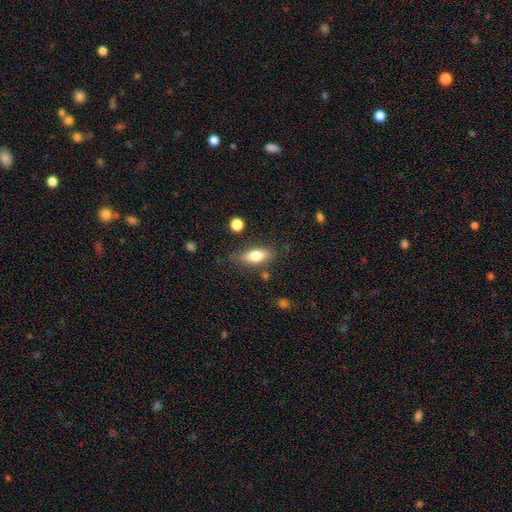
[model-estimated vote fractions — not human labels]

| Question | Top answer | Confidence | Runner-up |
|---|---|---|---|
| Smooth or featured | smooth | 72% | featured or disk (20%) |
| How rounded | in between | 77% | cigar-shaped (19%) |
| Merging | none | 77% | minor disturbance (15%) |